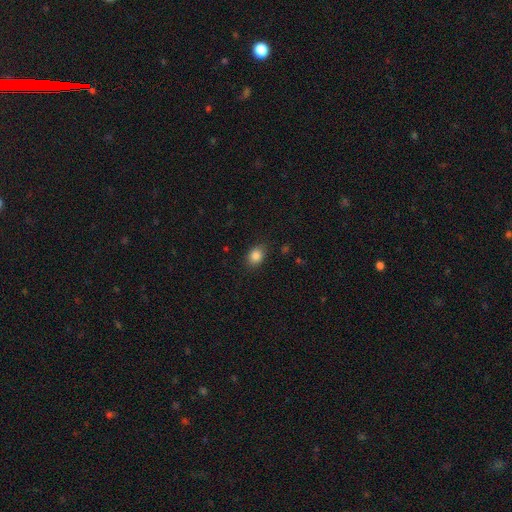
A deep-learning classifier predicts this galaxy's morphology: Overall: smooth (86%). How rounded: in between (68%; round 31%). Merging: none (85%).